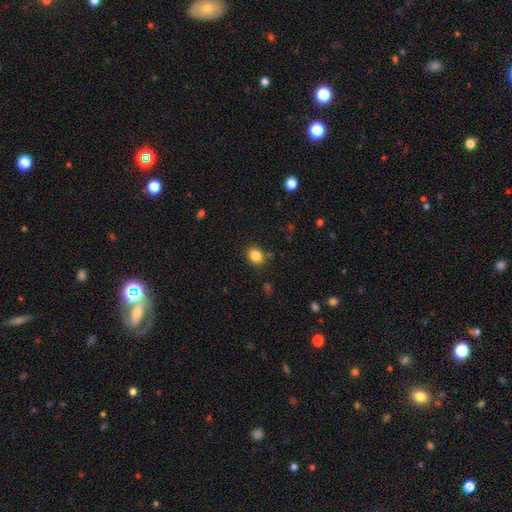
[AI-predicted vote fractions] Smooth or featured? Predicted: smooth (p=0.85). How rounded? Predicted: round (p=0.55). Merging? Predicted: none (p=0.83).